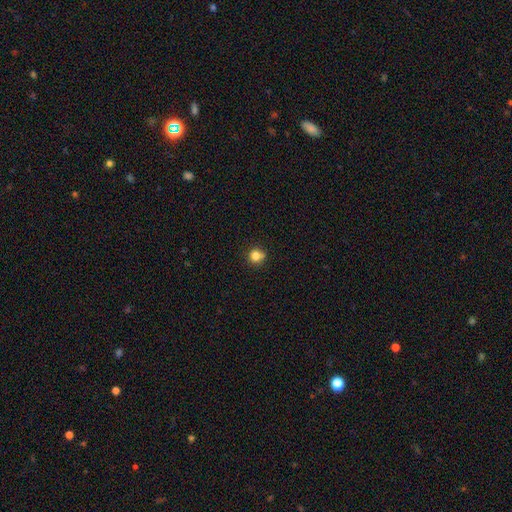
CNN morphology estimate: Overall: smooth (80%). How rounded: round (92%). Merging: none (72%).